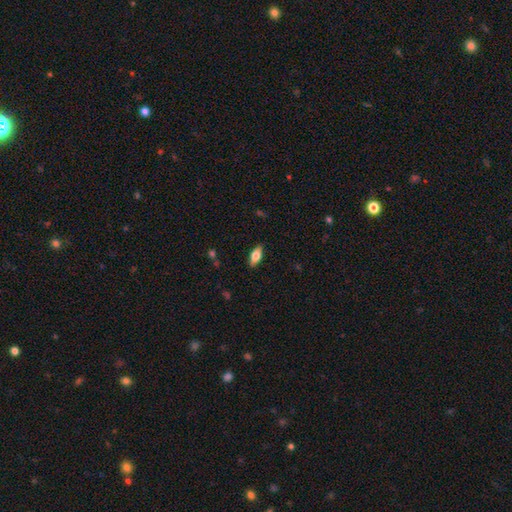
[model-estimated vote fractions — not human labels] A smooth galaxy with no disk features (69%) that is in between round and cigar-shaped (82%).

Vote fractions:
- Smooth or featured? smooth: 69% / featured or disk: 24% / star or artifact: 7%
- How rounded? in between: 82% / cigar-shaped: 16% / round: 3%
- Merging? none: 88% / minor disturbance: 9% / major disturbance: 2% / merger: 1%